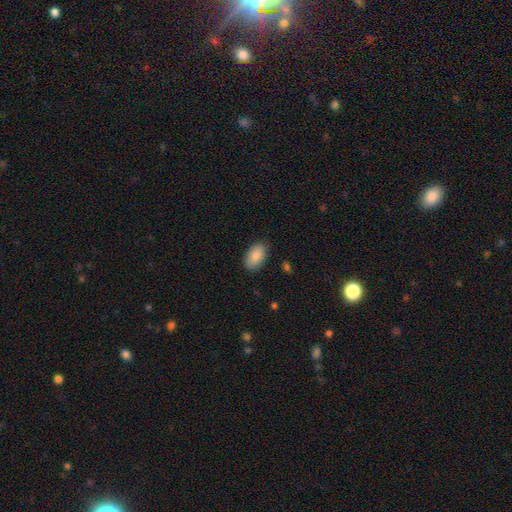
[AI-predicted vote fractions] Morphology: type=smooth (88%); roundness=in between (94%); merging=none (85%).